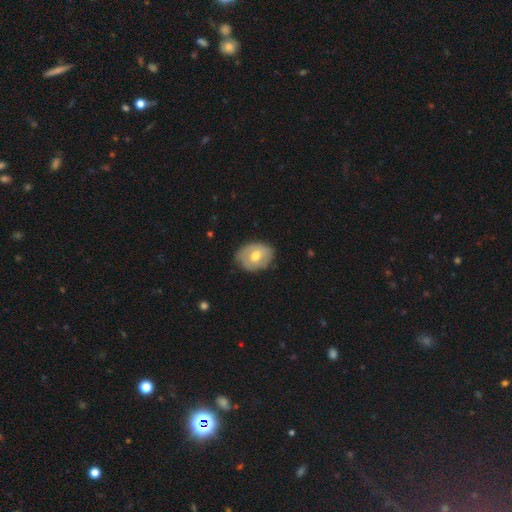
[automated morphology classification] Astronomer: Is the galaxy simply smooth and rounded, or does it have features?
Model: smooth — 54% (runner-up: featured or disk, 39%).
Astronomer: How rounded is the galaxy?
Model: in between — 66%.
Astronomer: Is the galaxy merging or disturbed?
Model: none — 70%.